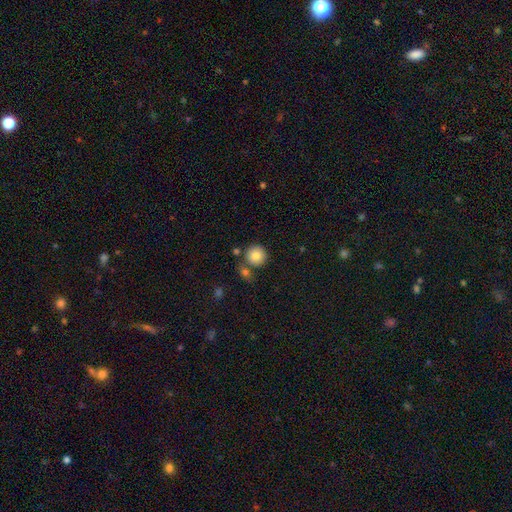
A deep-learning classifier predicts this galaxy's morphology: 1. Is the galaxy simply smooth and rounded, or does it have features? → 83% smooth, 9% star or artifact, 8% featured or disk.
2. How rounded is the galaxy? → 94% round, 5% in between, 1% cigar-shaped.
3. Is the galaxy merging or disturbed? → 73% none, 15% merger, 9% minor disturbance, 3% major disturbance.